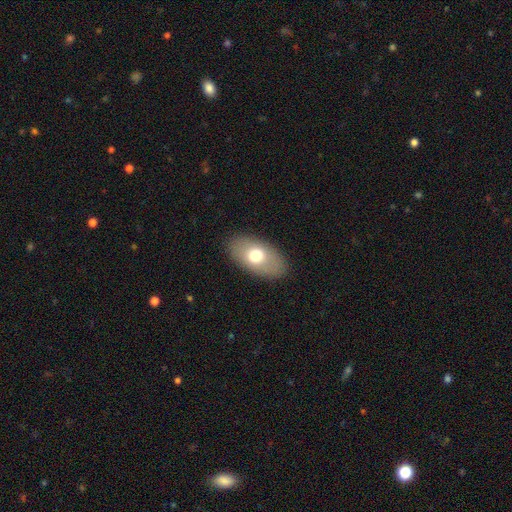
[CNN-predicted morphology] This appears to be a smooth galaxy with no disk features (70%) that is in between round and cigar-shaped (92%). Merging: none (86%).